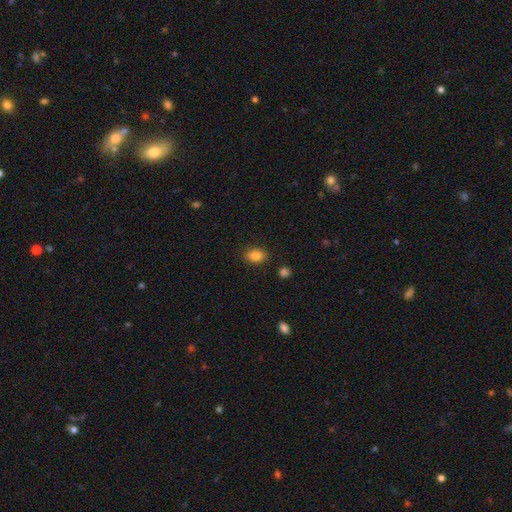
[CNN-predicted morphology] Overall: smooth (85%). How rounded: in between (77%). Merging: none (87%).